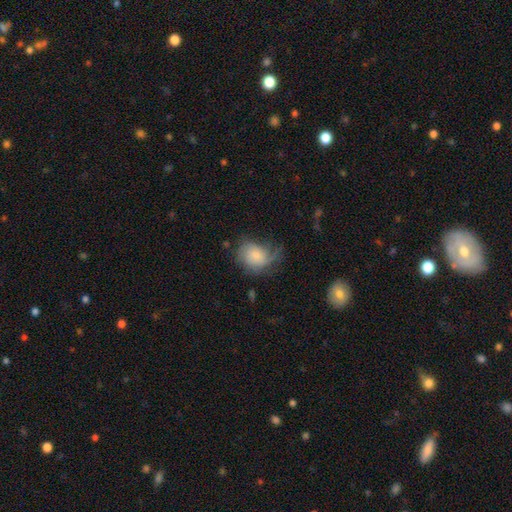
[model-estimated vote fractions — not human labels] smooth 63%, featured or disk 29%, star or artifact 8%. Down the decision tree: how rounded — round (52%); merging — major disturbance (35%).